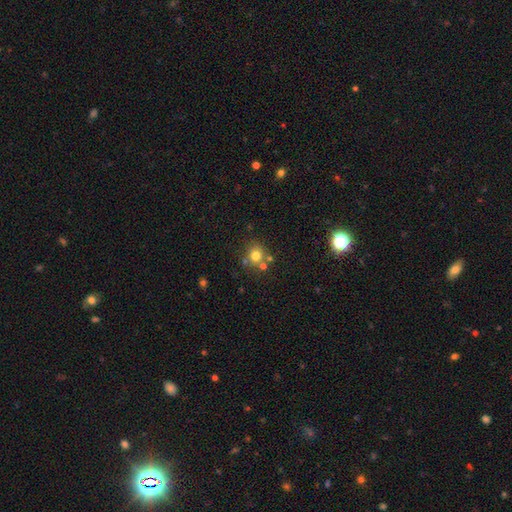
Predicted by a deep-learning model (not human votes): smooth_or_featured: smooth (p=0.74) [alt: star or artifact p=0.16]
how_rounded: round (p=0.87) [alt: in between p=0.12]
merging: none (p=0.68) [alt: merger p=0.19]